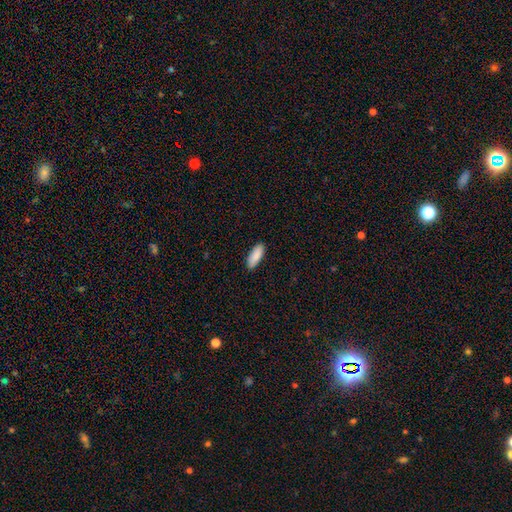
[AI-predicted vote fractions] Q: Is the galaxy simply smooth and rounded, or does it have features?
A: smooth — 90%.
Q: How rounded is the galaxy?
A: in between — 69%.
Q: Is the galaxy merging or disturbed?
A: none — 90%.